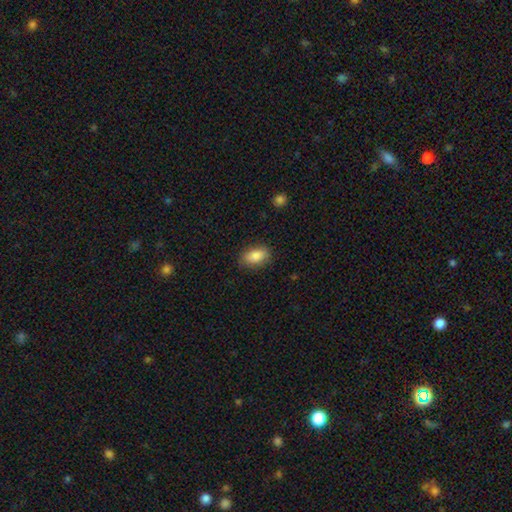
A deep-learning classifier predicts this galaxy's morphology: type=smooth (86%); roundness=in between (90%); merging=none (84%).